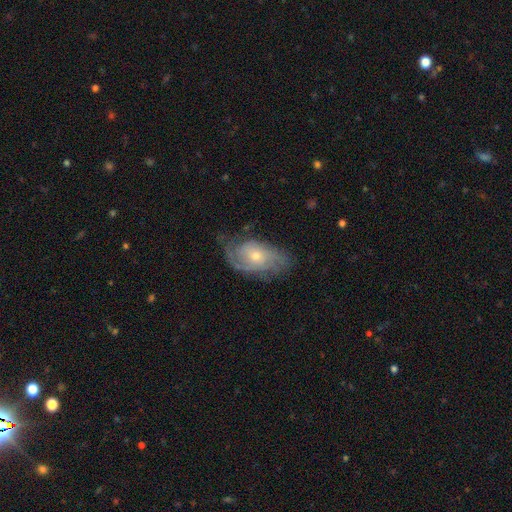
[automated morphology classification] A featured or disk galaxy (73%) with no bar (74%), 2 (38%) tight (45%) spiral arms (88%) and a small central bulge (50%). Merging: none (61%).